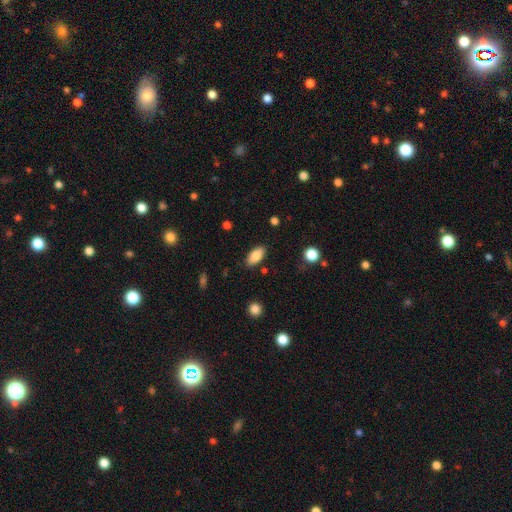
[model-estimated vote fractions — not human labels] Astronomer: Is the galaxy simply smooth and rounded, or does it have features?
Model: smooth — 84%.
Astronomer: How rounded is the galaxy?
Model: in between — 90%.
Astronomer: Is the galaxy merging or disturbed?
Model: none — 85%.